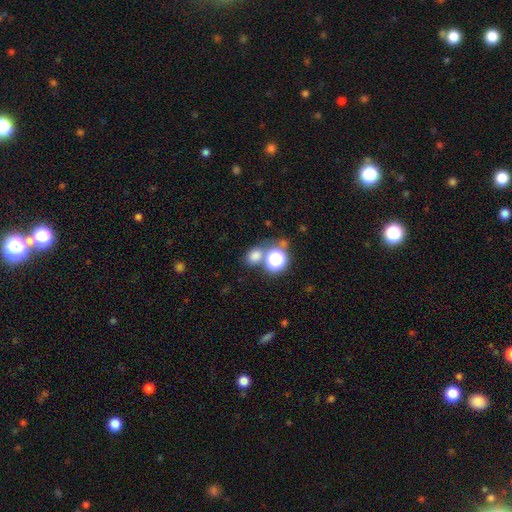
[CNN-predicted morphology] Smooth or featured: smooth — 71% (star or artifact — 21%)
How rounded: round — 60% (in between — 39%)
Merging: none — 59% (merger — 26%)